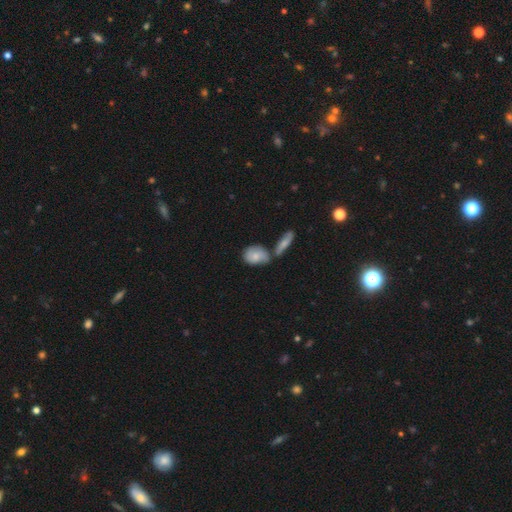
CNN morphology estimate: Overall: smooth (70%). How rounded: in between (75%). Merging: none (42%; merger 33%).